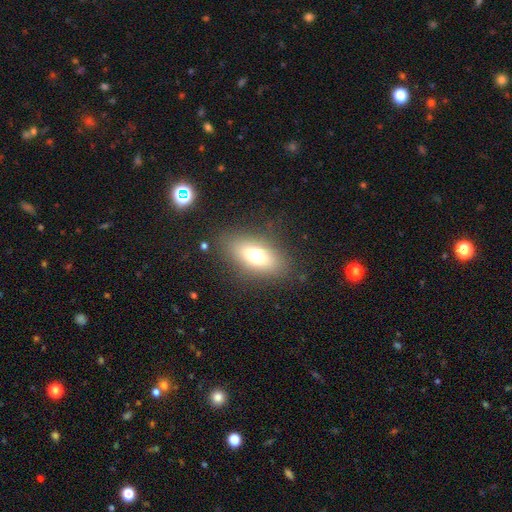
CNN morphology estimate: A smooth galaxy with no disk features (70%) that is in between round and cigar-shaped (80%).

Vote fractions:
- Smooth or featured? smooth: 70% / featured or disk: 19% / star or artifact: 11%
- How rounded? in between: 80% / cigar-shaped: 10% / round: 10%
- Merging? none: 83% / minor disturbance: 11% / major disturbance: 5% / merger: 1%